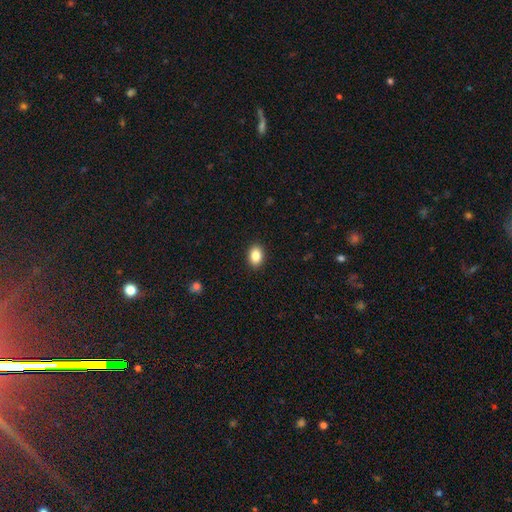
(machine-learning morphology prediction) Smooth or featured: smooth — 87% (star or artifact — 8%)
How rounded: in between — 79% (round — 20%)
Merging: none — 90% (minor disturbance — 7%)